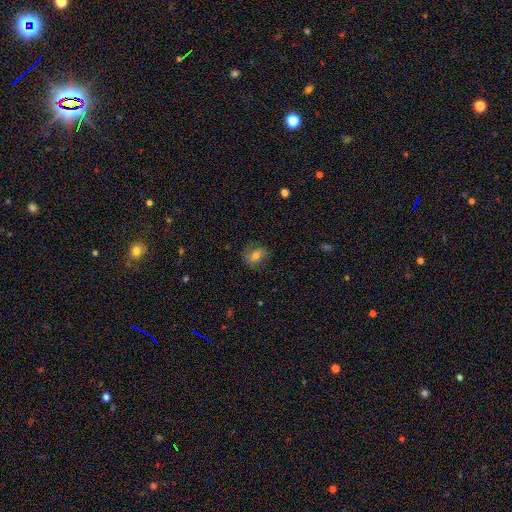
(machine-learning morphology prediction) smooth 58%, featured or disk 31%, star or artifact 11%. Down the decision tree: how rounded — in between (58%); merging — none (70%).